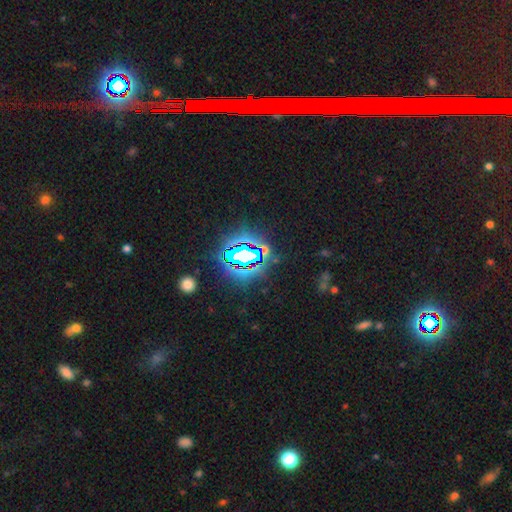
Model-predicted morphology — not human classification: A star or artifact, not a galaxy (79%).

Vote fractions:
- Smooth or featured? star or artifact: 79% / smooth: 11% / featured or disk: 10%